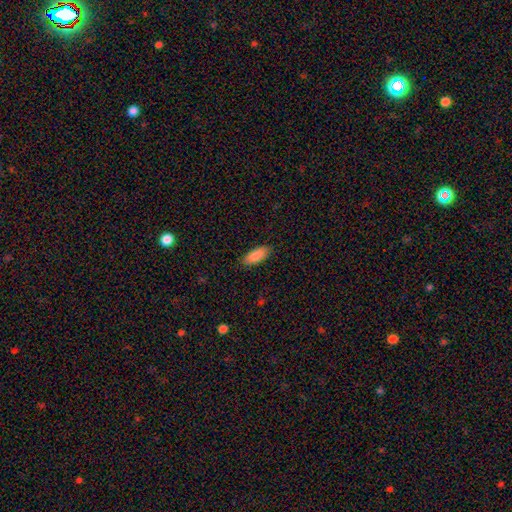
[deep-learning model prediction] A smooth galaxy with no disk features (89%) that is in between round and cigar-shaped (79%).

Vote fractions:
- Smooth or featured? smooth: 89% / star or artifact: 6% / featured or disk: 5%
- How rounded? in between: 79% / cigar-shaped: 20% / round: 2%
- Merging? none: 88% / minor disturbance: 9% / major disturbance: 2% / merger: 1%